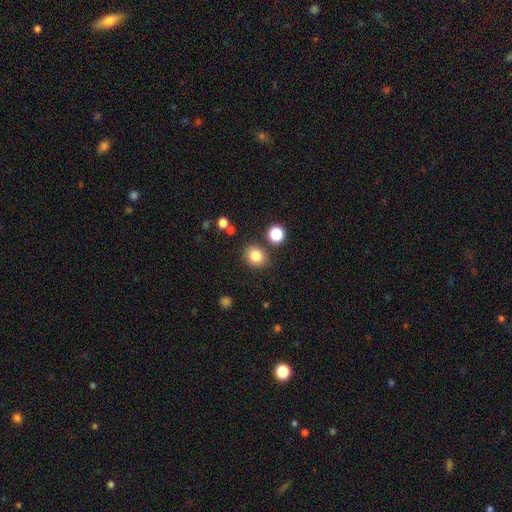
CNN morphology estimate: A smooth galaxy with no disk features (82%) that is round (69%).

Vote fractions:
- Smooth or featured? smooth: 82% / star or artifact: 12% / featured or disk: 6%
- How rounded? round: 69% / in between: 30% / cigar-shaped: 1%
- Merging? none: 82% / minor disturbance: 10% / merger: 5% / major disturbance: 3%